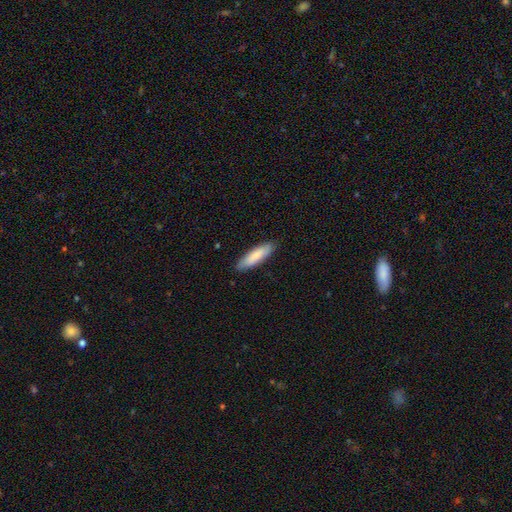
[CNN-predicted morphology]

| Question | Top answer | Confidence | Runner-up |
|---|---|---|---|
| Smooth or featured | smooth | 81% | featured or disk (14%) |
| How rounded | cigar-shaped | 64% | in between (35%) |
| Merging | none | 87% | minor disturbance (10%) |